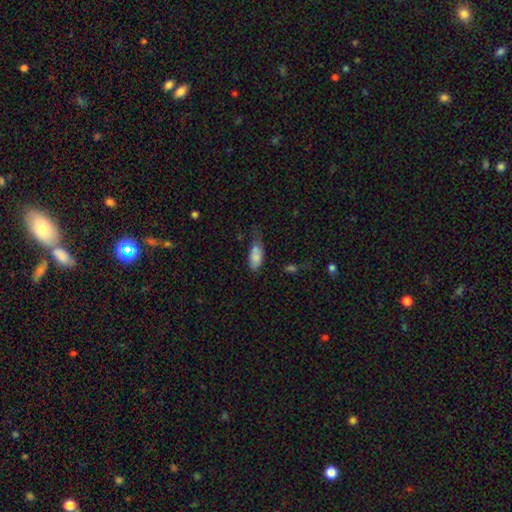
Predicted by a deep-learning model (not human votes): smooth-or-featured: smooth: 78% | featured or disk: 14% | star or artifact: 8%
  how-rounded: in between: 86% | cigar-shaped: 10% | round: 3%
  merging: minor disturbance: 36% | none: 32% | major disturbance: 20% | merger: 12%